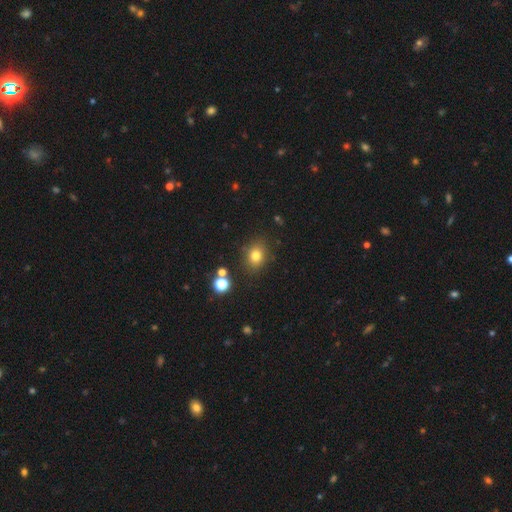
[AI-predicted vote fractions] This appears to be a smooth galaxy with no disk features (78%) that is round (58%). Merging: none (83%).